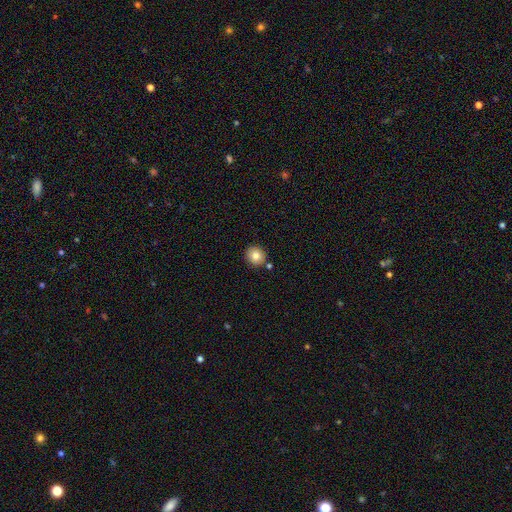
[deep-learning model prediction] Q: Smooth or featured?
A: smooth (81%); runner-up: star or artifact (10%)
Q: How rounded?
A: round (88%); runner-up: in between (11%)
Q: Merging?
A: none (83%); runner-up: minor disturbance (8%)